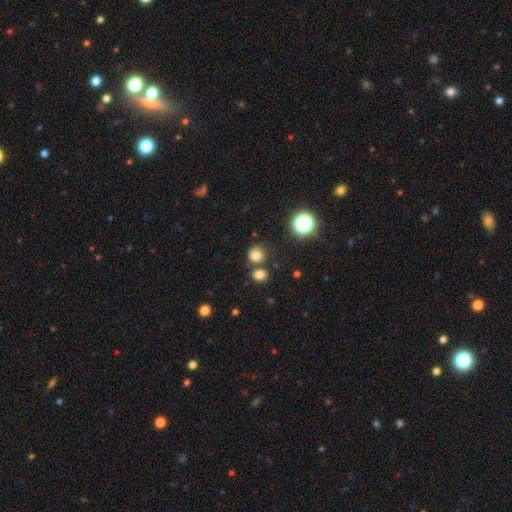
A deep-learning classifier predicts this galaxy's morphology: type=smooth (78%); roundness=round (87%); merging=none (73%).